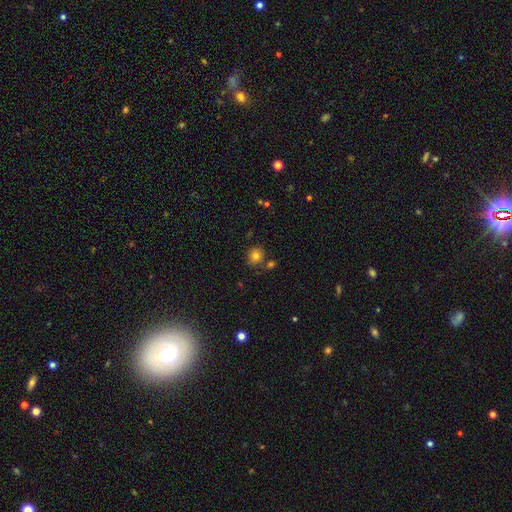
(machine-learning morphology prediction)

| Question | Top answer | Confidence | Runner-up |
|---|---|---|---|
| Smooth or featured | smooth | 80% | star or artifact (13%) |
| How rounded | round | 80% | in between (19%) |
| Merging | none | 75% | minor disturbance (12%) |